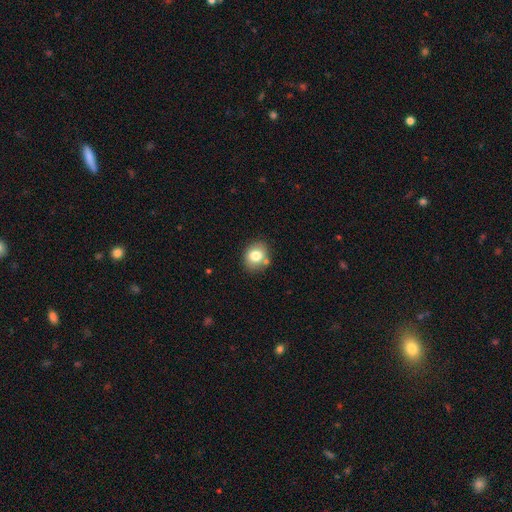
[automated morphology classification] type=smooth (78%); roundness=round (61%); merging=none (75%).